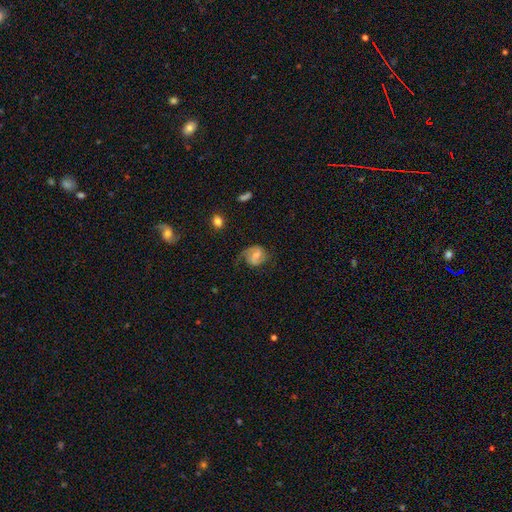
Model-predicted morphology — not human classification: smooth-or-featured: featured or disk: 60% | smooth: 32% | star or artifact: 8%
  disk-edge-on: no: 97% | yes: 3%
    bar: weak: 51% | no: 28% | strong: 22%
    has-spiral-arms: yes: 88% | no: 12%
      spiral-winding: medium: 44% | loose: 33% | tight: 23%
      spiral-arm-count: 2: 69% | 1: 19% | can't tell: 9% | 3: 1% | 4: 1% | more than 4: 1%
    bulge-size: moderate: 41% (tied) | small: 41% (tied) | none: 11% | large: 5% | dominant: 1%
  merging: none: 53% | minor disturbance: 25% | major disturbance: 20% | merger: 2%